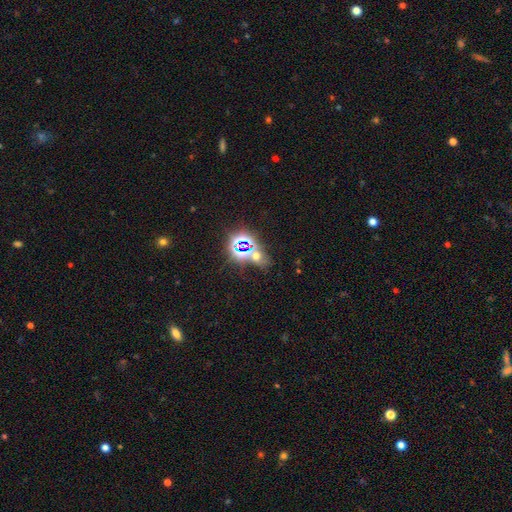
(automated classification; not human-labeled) smooth-or-featured: star or artifact: 58% | smooth: 30% | featured or disk: 12%